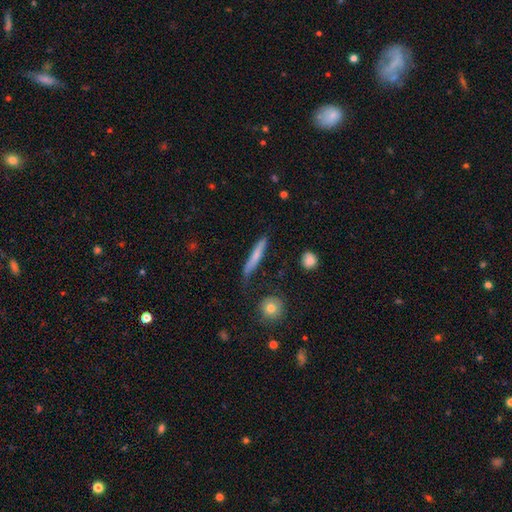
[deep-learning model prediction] Smooth or featured: smooth — 63% (featured or disk — 31%)
How rounded: cigar-shaped — 92% (in between — 5%)
Merging: none — 73% (minor disturbance — 20%)